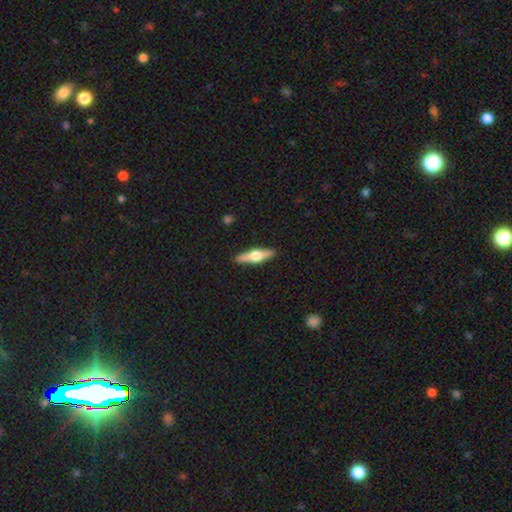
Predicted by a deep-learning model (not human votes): Smooth or featured? Predicted: featured or disk (p=0.63). Edge-on disk? Predicted: yes (p=0.96). Edge-on bulge? Predicted: rounded (p=0.95). Merging? Predicted: none (p=0.91).